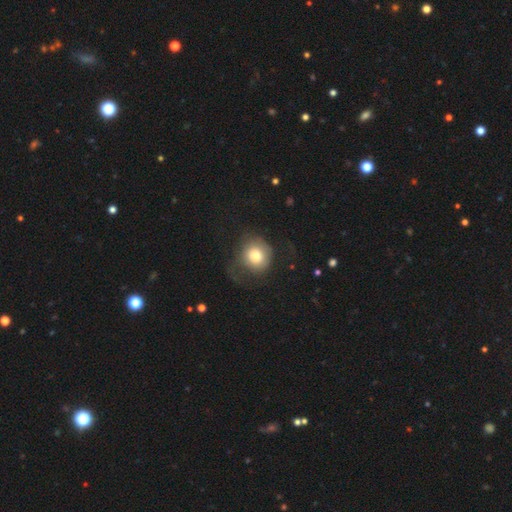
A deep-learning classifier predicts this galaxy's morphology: This appears to be a smooth galaxy with no disk features (70%) that is round (83%). Merging: none (45%).